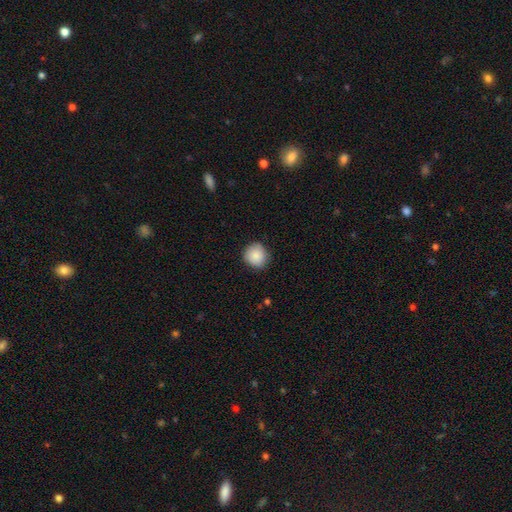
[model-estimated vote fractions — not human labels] This appears to be a smooth galaxy with no disk features (88%) that is round (89%). Merging: none (84%).